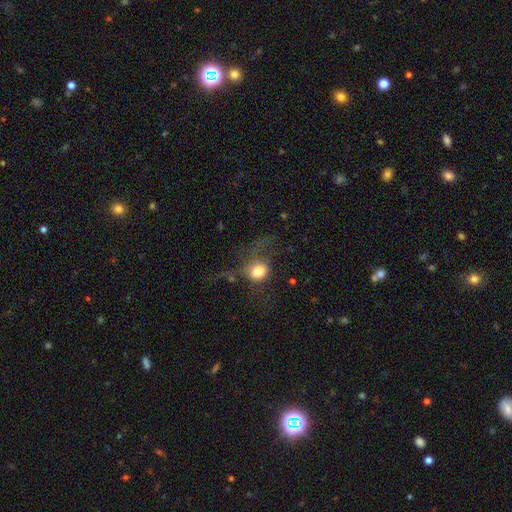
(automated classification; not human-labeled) This appears to be a smooth galaxy with no disk features (37%, tied with star or artifact). Merging: none (52%).